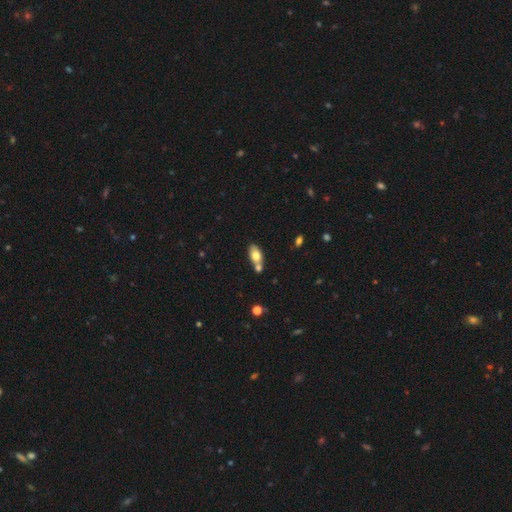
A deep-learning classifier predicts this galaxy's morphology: A smooth galaxy with no disk features (74%) that is in between round and cigar-shaped (88%).

Vote fractions:
- Smooth or featured? smooth: 74% / featured or disk: 18% / star or artifact: 8%
- How rounded? in between: 88% / cigar-shaped: 6% / round: 6%
- Merging? none: 49% / merger: 35% / minor disturbance: 13% / major disturbance: 4%